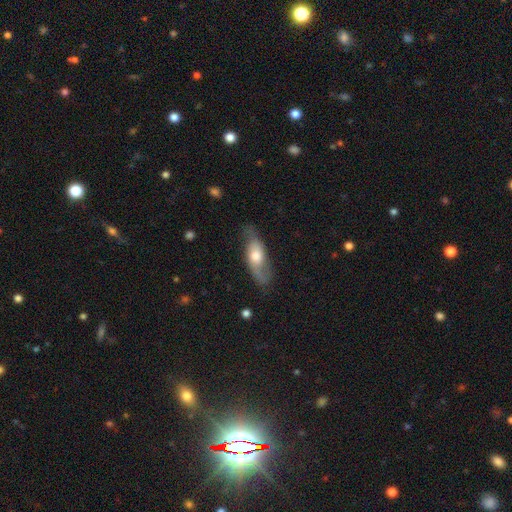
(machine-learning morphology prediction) Smooth or featured: featured or disk — 56% (smooth — 38%)
Edge-on disk: no — 73% (yes — 27%)
Merging: none — 68% (minor disturbance — 22%)